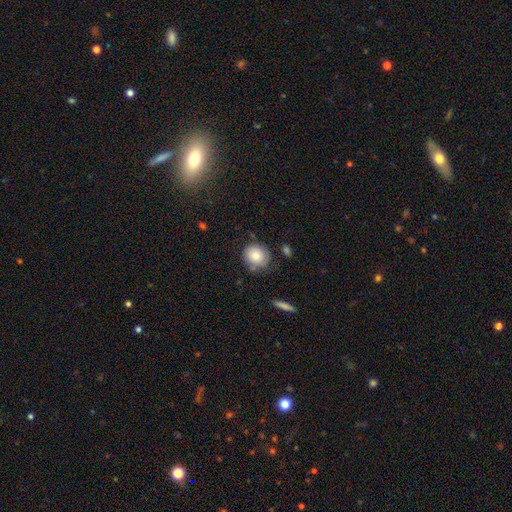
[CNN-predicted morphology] Smooth or featured: smooth — 83% (featured or disk — 10%)
How rounded: round — 83% (in between — 16%)
Merging: none — 73% (minor disturbance — 19%)